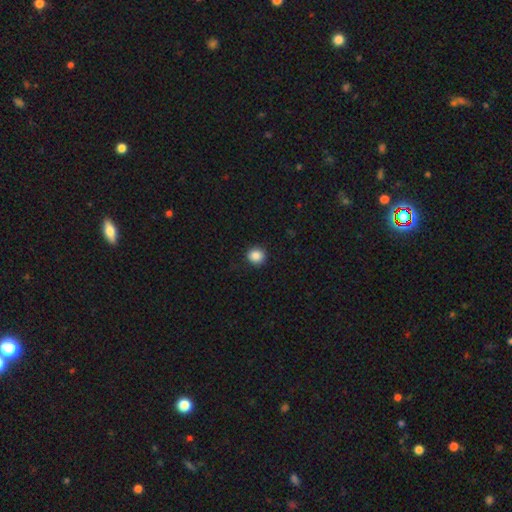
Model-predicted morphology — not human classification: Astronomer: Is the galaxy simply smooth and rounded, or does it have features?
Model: smooth — 88%.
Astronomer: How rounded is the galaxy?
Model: round — 89%.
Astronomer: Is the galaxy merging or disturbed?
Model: none — 91%.